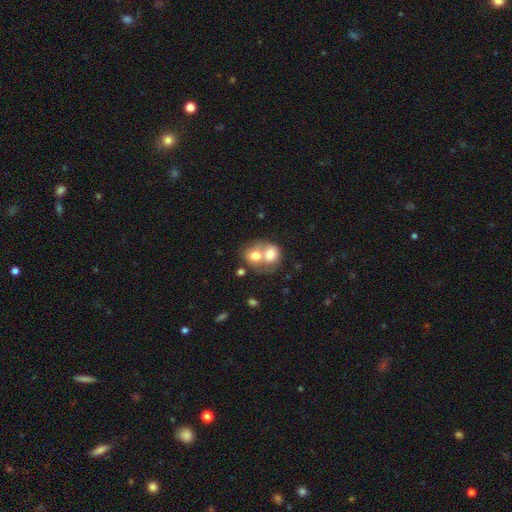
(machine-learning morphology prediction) smooth-or-featured: smooth: 68% | featured or disk: 24% | star or artifact: 8%
  how-rounded: round: 60% | in between: 39% | cigar-shaped: 1%
  merging: merger: 76% | none: 15% | minor disturbance: 5% | major disturbance: 4%